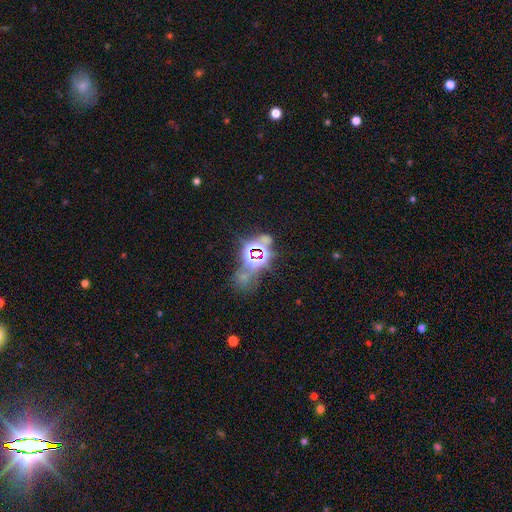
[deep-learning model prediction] smooth-or-featured: star or artifact: 70% | smooth: 19% | featured or disk: 11%